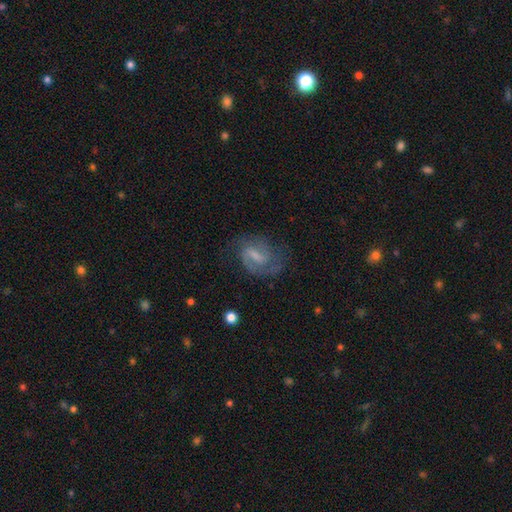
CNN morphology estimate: This appears to be a featured or disk galaxy (76%) with a weak bar (53%), 2 (72%) medium (50%) spiral arms (92%) and a small central bulge (35%, tied with none). Merging: none (64%).